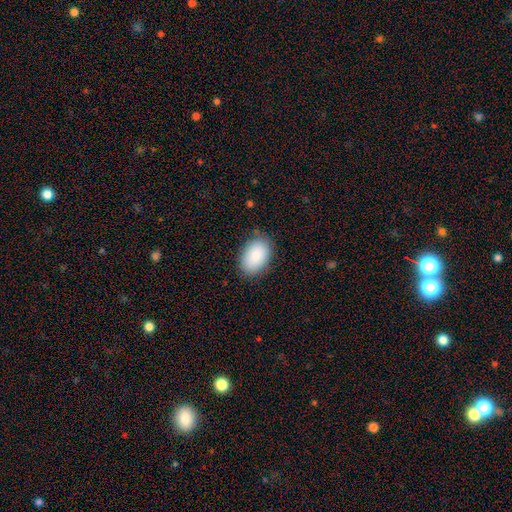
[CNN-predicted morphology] A smooth galaxy with no disk features (88%) that is in between round and cigar-shaped (88%).

Vote fractions:
- Smooth or featured? smooth: 88% / star or artifact: 6% / featured or disk: 6%
- How rounded? in between: 88% / round: 11% / cigar-shaped: 1%
- Merging? none: 82% / minor disturbance: 14% / major disturbance: 3% / merger: 1%